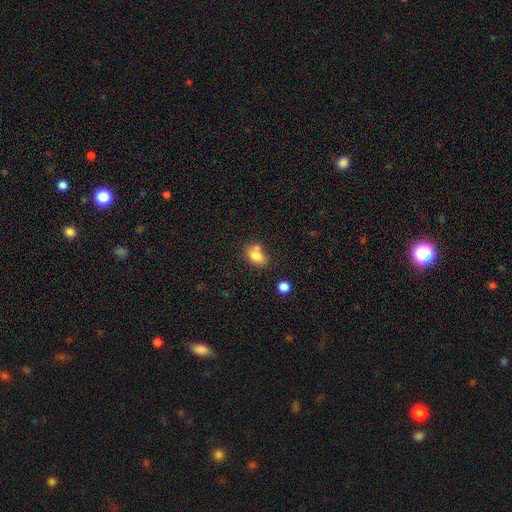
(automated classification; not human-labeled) Q: Smooth or featured?
A: smooth (77%); runner-up: featured or disk (12%)
Q: How rounded?
A: in between (73%); runner-up: round (25%)
Q: Merging?
A: none (54%); runner-up: merger (23%)